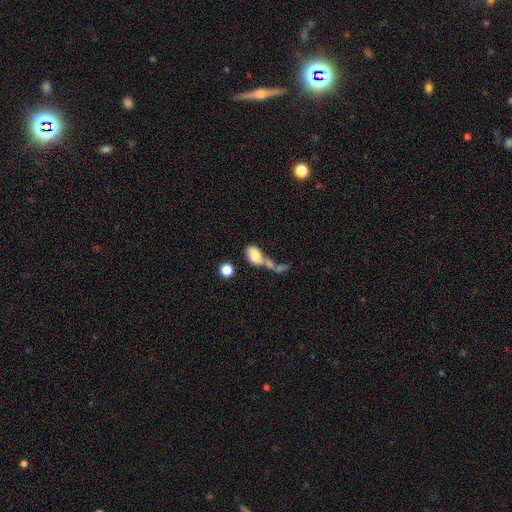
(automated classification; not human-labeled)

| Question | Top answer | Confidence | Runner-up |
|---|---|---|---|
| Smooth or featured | smooth | 71% | featured or disk (20%) |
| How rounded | in between | 77% | round (20%) |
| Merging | merger | 59% | none (17%) |